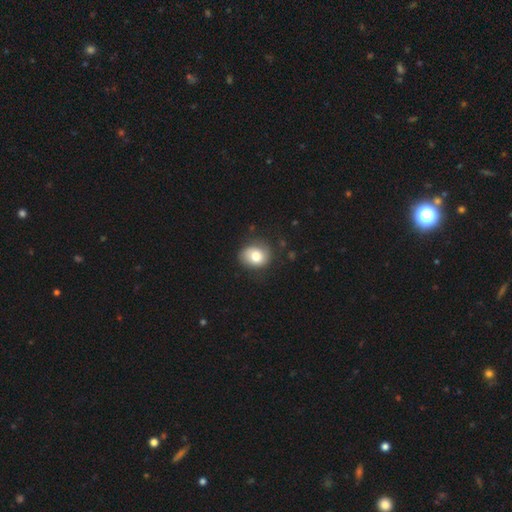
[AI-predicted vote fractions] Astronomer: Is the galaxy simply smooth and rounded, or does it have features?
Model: smooth — 76%.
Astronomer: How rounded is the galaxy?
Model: round — 59% (runner-up: in between, 41%).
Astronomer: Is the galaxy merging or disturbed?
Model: none — 74%.